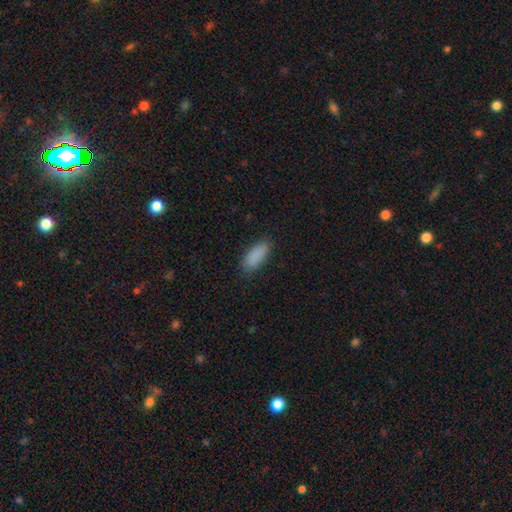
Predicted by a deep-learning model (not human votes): smooth_or_featured: smooth (p=0.89) [alt: star or artifact p=0.07]
how_rounded: in between (p=0.81) [alt: cigar-shaped p=0.17]
merging: none (p=0.83) [alt: minor disturbance p=0.13]